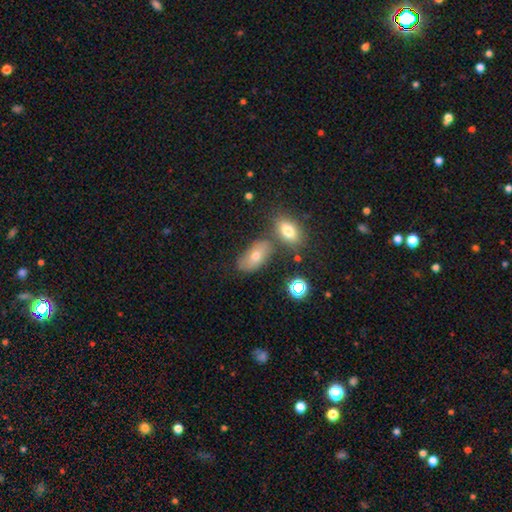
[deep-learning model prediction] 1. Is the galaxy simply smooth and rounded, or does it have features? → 65% smooth, 22% featured or disk, 14% star or artifact.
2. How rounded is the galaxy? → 90% in between, 7% round, 3% cigar-shaped.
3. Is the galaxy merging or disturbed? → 61% none, 18% merger, 16% minor disturbance, 6% major disturbance.